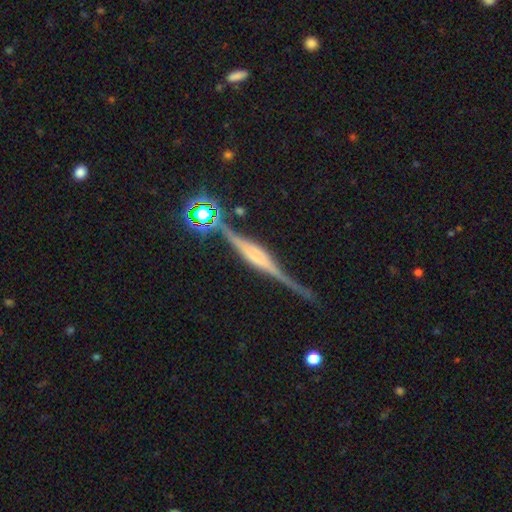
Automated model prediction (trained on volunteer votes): Smooth or featured? Predicted: featured or disk (p=0.84). Edge-on disk? Predicted: yes (p=0.98). Edge-on bulge? Predicted: boxy (p=0.54). Merging? Predicted: none (p=0.82).